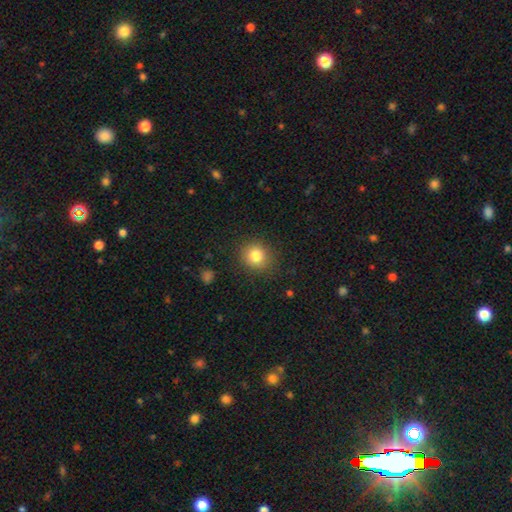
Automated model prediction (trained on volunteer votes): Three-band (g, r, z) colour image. It shows a smooth galaxy with no disk features (82%) that is round (83%). Merging: none (86%).